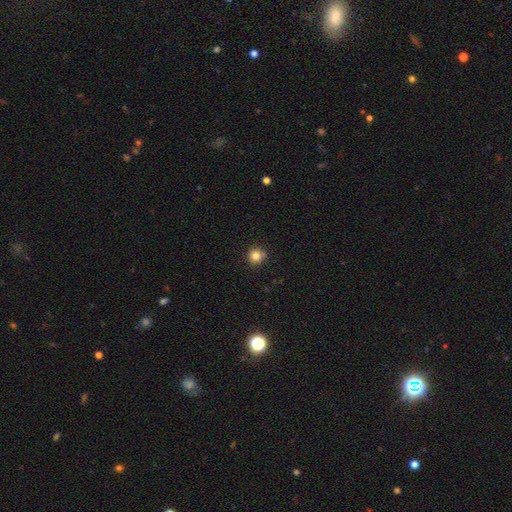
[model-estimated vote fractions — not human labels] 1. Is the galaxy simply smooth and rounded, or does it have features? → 82% smooth, 12% star or artifact, 6% featured or disk.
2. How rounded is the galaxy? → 92% round, 7% in between, 1% cigar-shaped.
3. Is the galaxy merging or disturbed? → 80% none, 13% minor disturbance, 4% merger, 3% major disturbance.